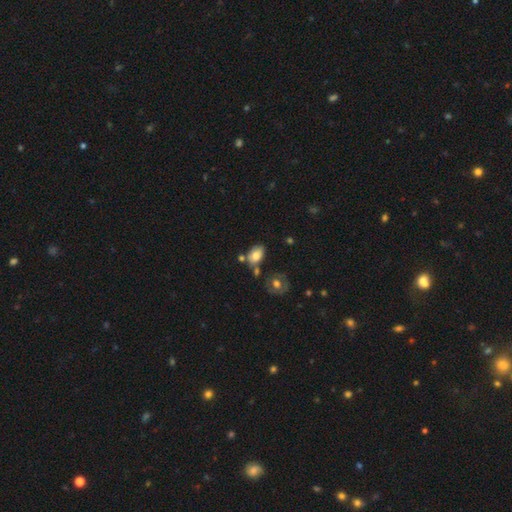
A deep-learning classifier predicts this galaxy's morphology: This is likely a smooth galaxy (77%). How rounded: clearly in between (87%). Merging: possibly none (55%).